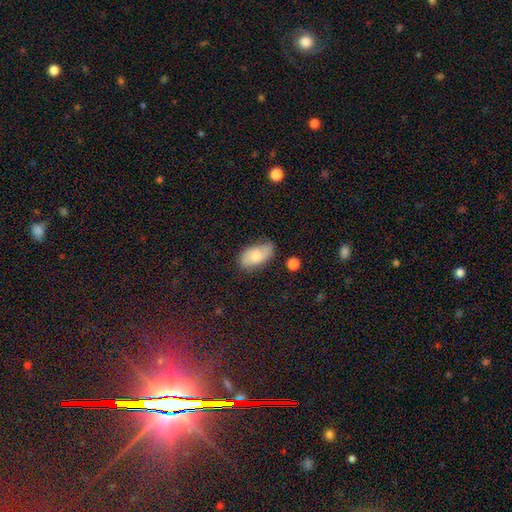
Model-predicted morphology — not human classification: The model was most divided on "merging": none: 67%, minor disturbance: 25%, major disturbance: 5%, merger: 3%. More confident: how rounded — in between (93%); smooth or featured — smooth (70%).